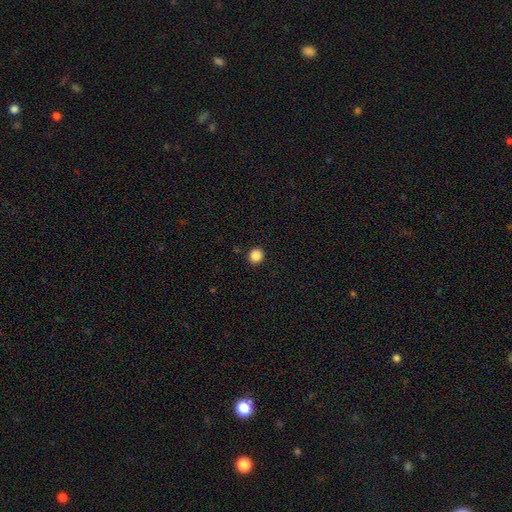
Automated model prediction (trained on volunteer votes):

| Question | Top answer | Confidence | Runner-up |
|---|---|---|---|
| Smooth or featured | smooth | 87% | star or artifact (10%) |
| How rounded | round | 90% | in between (9%) |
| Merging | none | 93% | minor disturbance (5%) |